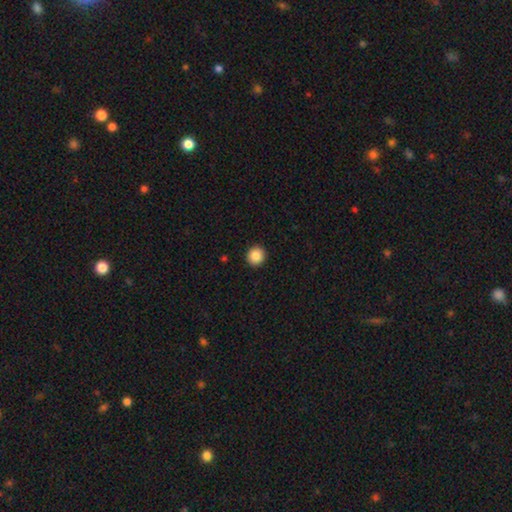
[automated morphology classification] Smooth or featured?
  - smooth: 87% *
  - star or artifact: 9%
  - featured or disk: 4%
How rounded?
  - round: 92% *
  - in between: 7%
  - cigar-shaped: 1%
Merging?
  - none: 93% *
  - minor disturbance: 4%
  - major disturbance: 1%
  - merger: 1%